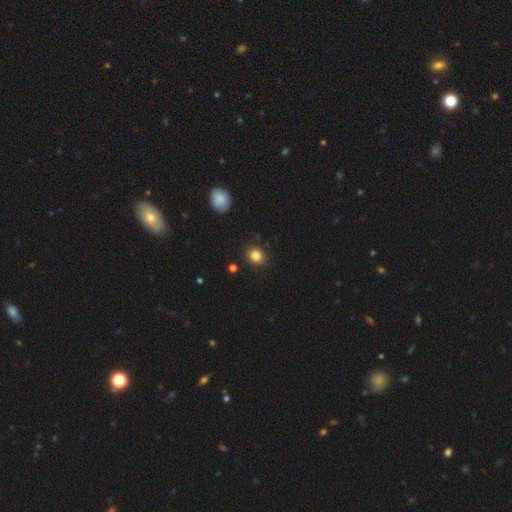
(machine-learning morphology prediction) Smooth or featured?
  - smooth: 84% *
  - star or artifact: 11%
  - featured or disk: 5%
How rounded?
  - round: 77% *
  - in between: 22%
  - cigar-shaped: 1%
Merging?
  - none: 89% *
  - minor disturbance: 7%
  - major disturbance: 2%
  - merger: 2%